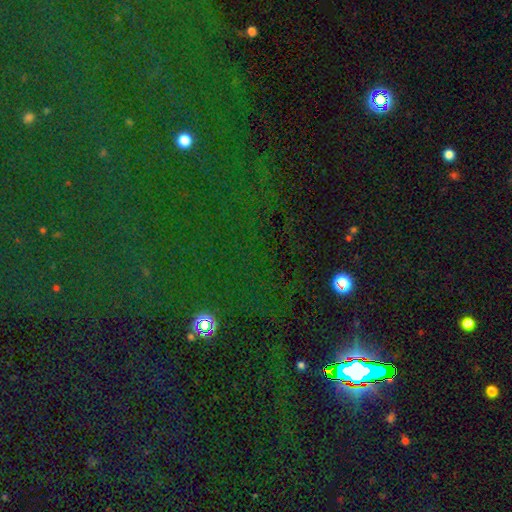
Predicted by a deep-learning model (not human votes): Smooth or featured? Predicted: star or artifact (p=0.82).